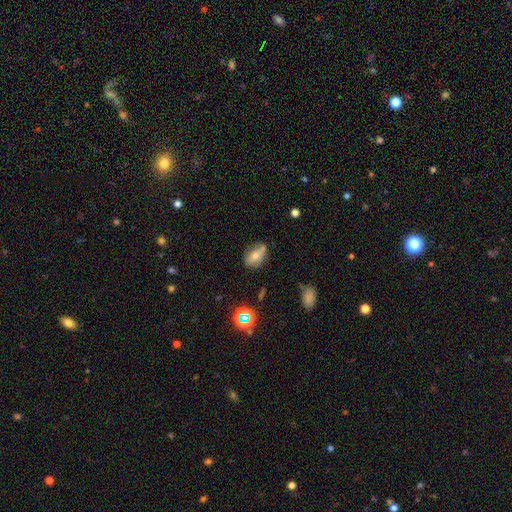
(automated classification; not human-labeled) smooth_or_featured: smooth (p=0.55) [alt: featured or disk p=0.32]
how_rounded: in between (p=0.82) [alt: round p=0.14]
merging: none (p=0.55) [alt: minor disturbance p=0.32]